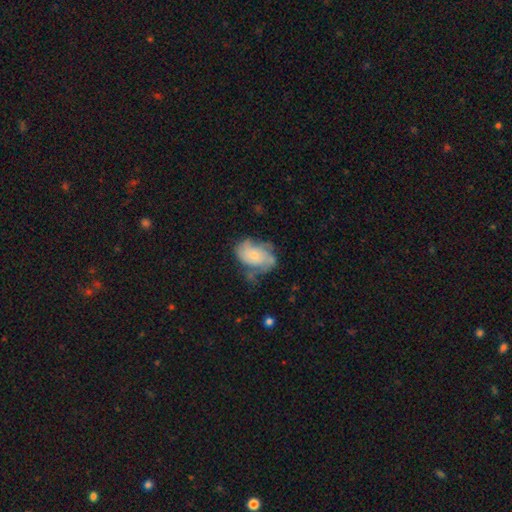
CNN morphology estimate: smooth 48%, featured or disk 44%, star or artifact 7%. Down the decision tree: merging — none (40%).